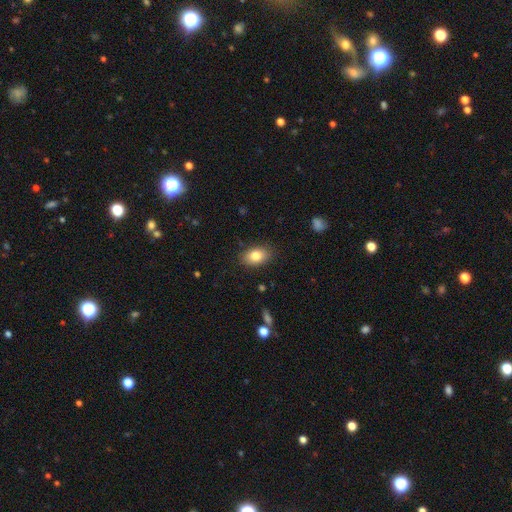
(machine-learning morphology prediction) Smooth or featured: smooth — 82% (featured or disk — 10%)
How rounded: in between — 86% (round — 13%)
Merging: none — 86% (minor disturbance — 11%)